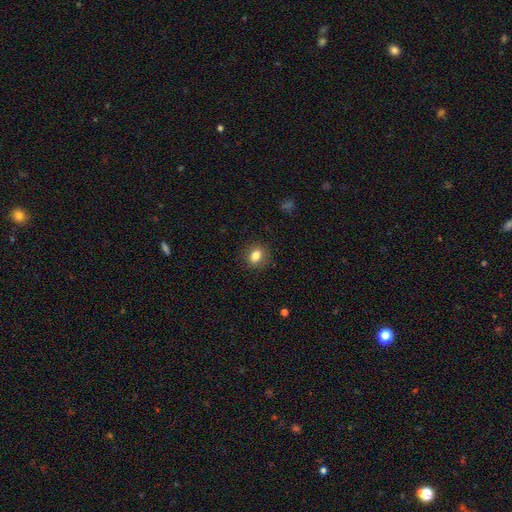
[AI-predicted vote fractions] A smooth galaxy with no disk features (82%) that is round (51%). Merging: none (87%).